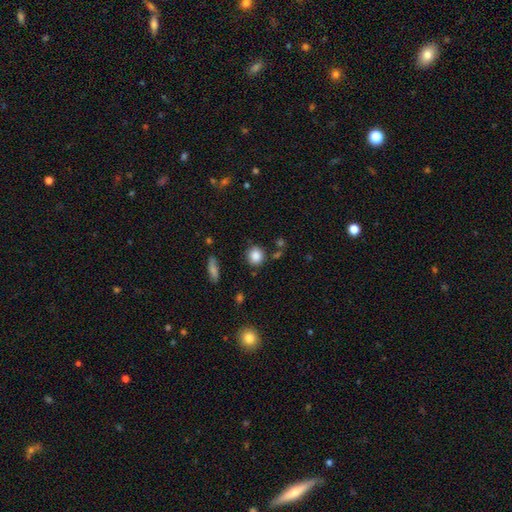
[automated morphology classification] smooth-or-featured: smooth: 85% | star or artifact: 10% | featured or disk: 5%
  how-rounded: round: 86% | in between: 12% | cigar-shaped: 1%
  merging: none: 81% | minor disturbance: 11% | merger: 5% | major disturbance: 3%